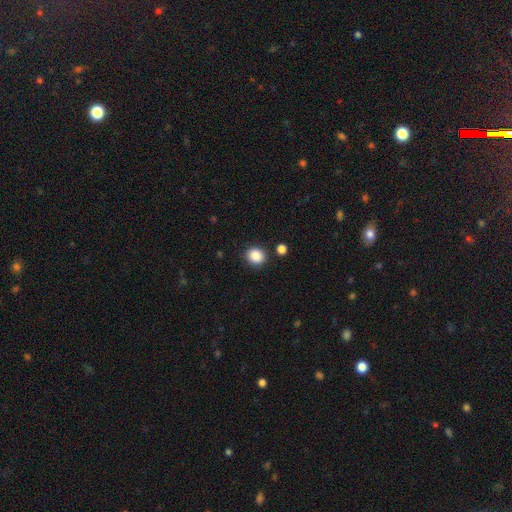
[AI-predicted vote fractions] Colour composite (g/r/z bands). It shows a smooth galaxy with no disk features (87%) that is round (77%). Merging: none (86%).